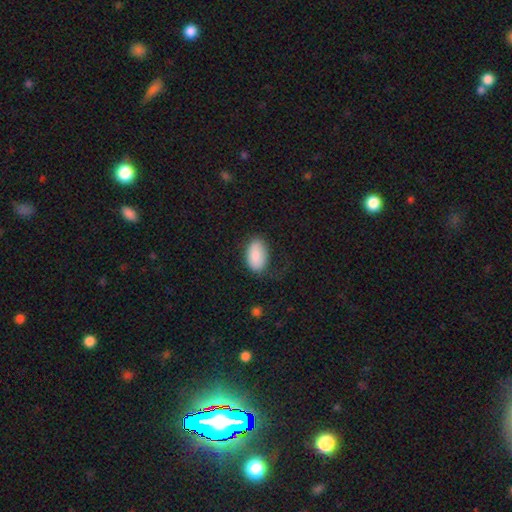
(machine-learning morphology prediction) This is clearly a smooth galaxy (87%). How rounded: clearly in between (94%). Merging: likely none (67%).